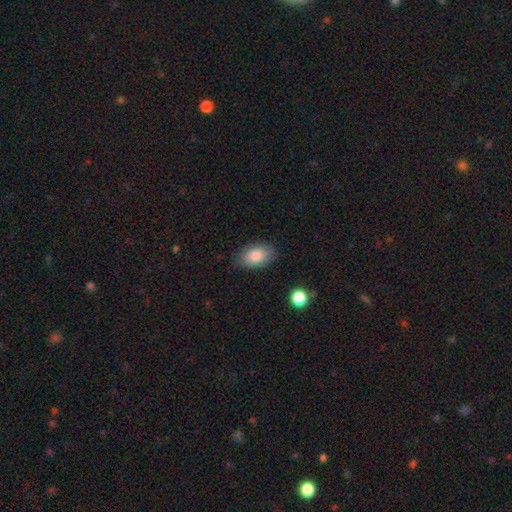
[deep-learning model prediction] Overall: smooth (85%). How rounded: in between (92%). Merging: none (82%).